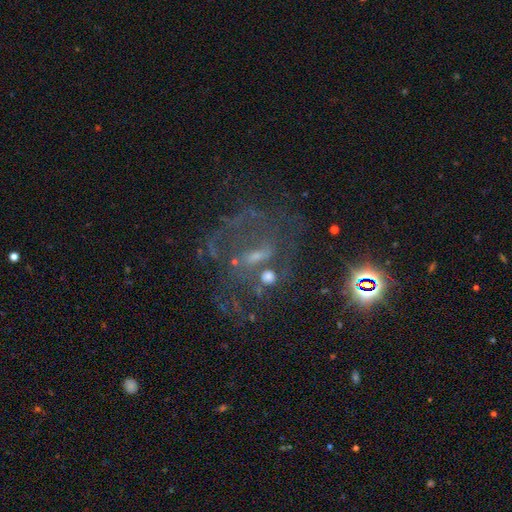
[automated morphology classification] A featured or disk galaxy (65%) with a weak bar (41%), spiral arms (59%) and a small central bulge (49%).

Vote fractions:
- Smooth or featured? featured or disk: 65% / star or artifact: 21% / smooth: 14%
- Edge-on disk? no: 96% / yes: 4%
- Bar? weak: 41% / no: 37% / strong: 23%
- Spiral arms? yes: 59% / no: 41%
- Bulge size? small: 49% / moderate: 26% / none: 21% / large: 3% / dominant: 2%
- Merging? none: 44% / major disturbance: 27% / minor disturbance: 17% / merger: 11%